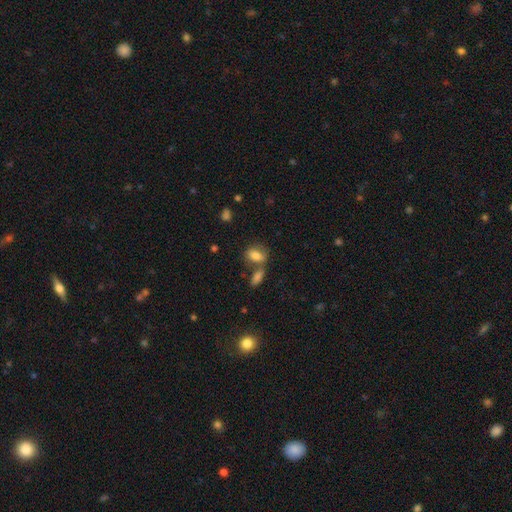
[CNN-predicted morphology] Smooth or featured? Predicted: smooth (p=0.80). How rounded? Predicted: in between (p=0.83). Merging? Predicted: none (p=0.50).